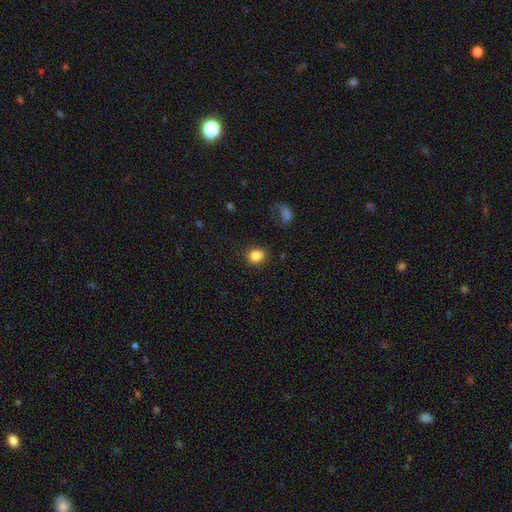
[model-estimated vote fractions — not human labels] Smooth or featured? smooth (86%)
How rounded? round (58%)
Merging? none (84%)